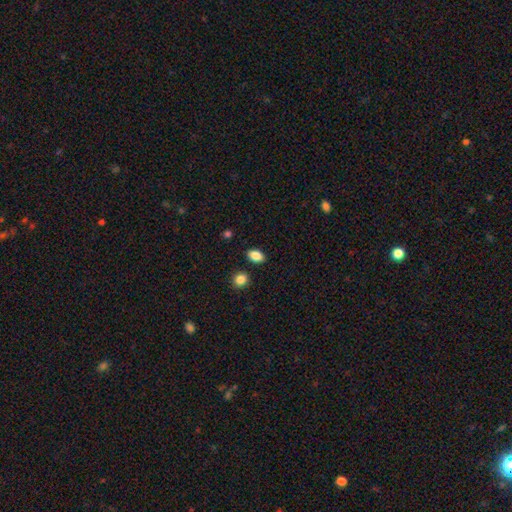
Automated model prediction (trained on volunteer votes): smooth 87%, star or artifact 8%, featured or disk 5%. Down the decision tree: how rounded — in between (85%); merging — none (86%).